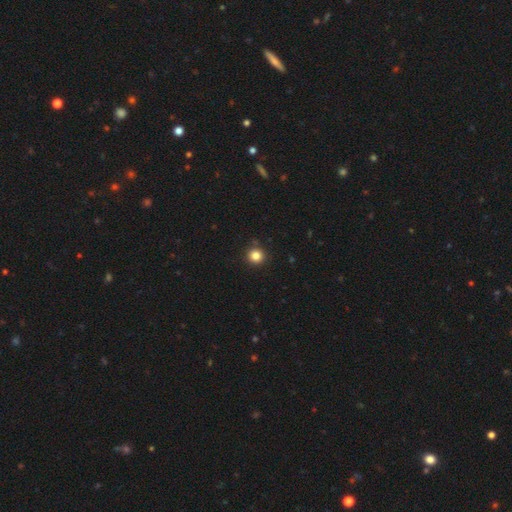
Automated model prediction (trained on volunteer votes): smooth_or_featured: smooth (p=0.83) [alt: star or artifact p=0.12]
how_rounded: round (p=0.94) [alt: in between p=0.05]
merging: none (p=0.90) [alt: minor disturbance p=0.06]